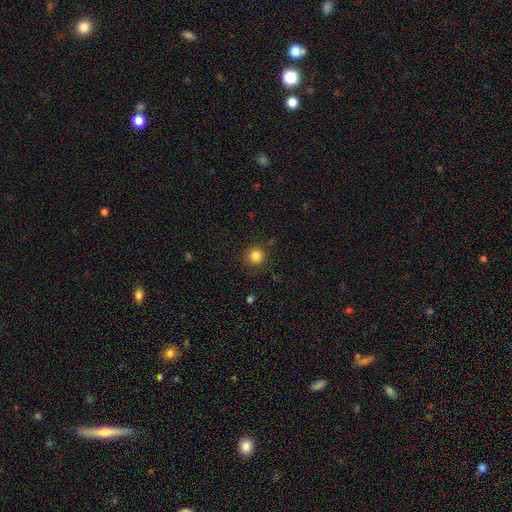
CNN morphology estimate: A smooth galaxy with no disk features (83%) that is round (94%). Merging: none (88%).